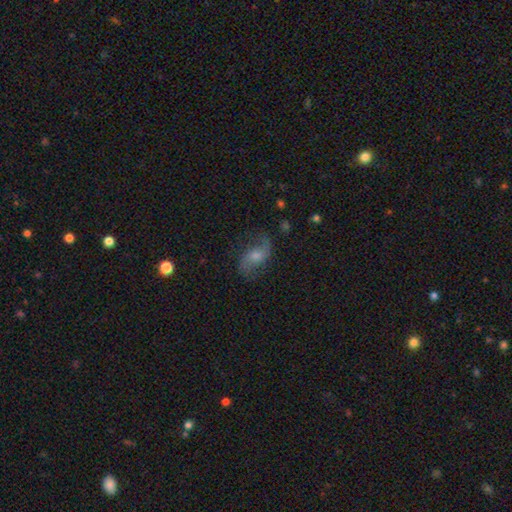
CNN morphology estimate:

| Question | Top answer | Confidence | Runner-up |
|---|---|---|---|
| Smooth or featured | featured or disk | 74% | smooth (16%) |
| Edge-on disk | no | 96% | yes (4%) |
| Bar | no | 52% | weak (38%) |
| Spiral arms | yes | 94% | no (6%) |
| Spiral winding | loose | 63% | medium (29%) |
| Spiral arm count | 2 | 90% | can't tell (4%) |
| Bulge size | moderate | 48% | small (38%) |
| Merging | none | 74% | minor disturbance (16%) |